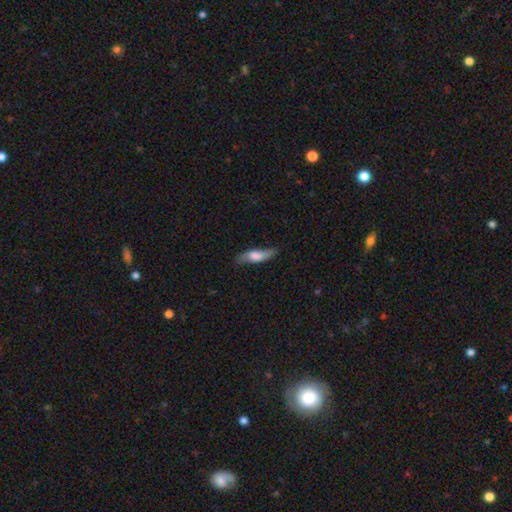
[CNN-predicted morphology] smooth-or-featured: smooth: 61% | featured or disk: 32% | star or artifact: 6%
  how-rounded: cigar-shaped: 49% | in between: 48% | round: 3%
  merging: none: 71% | minor disturbance: 22% | major disturbance: 5% | merger: 2%